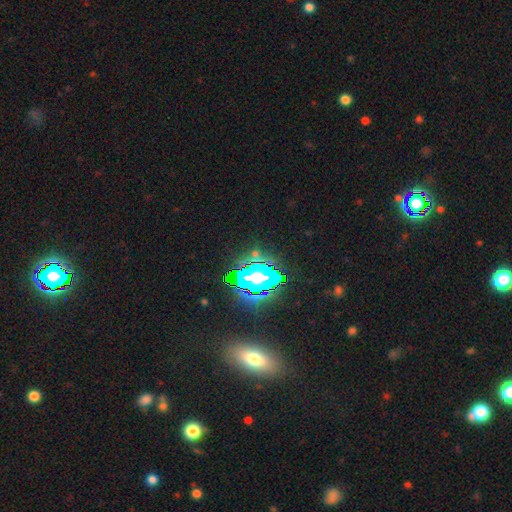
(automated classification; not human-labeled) Overall: star or artifact (66%).